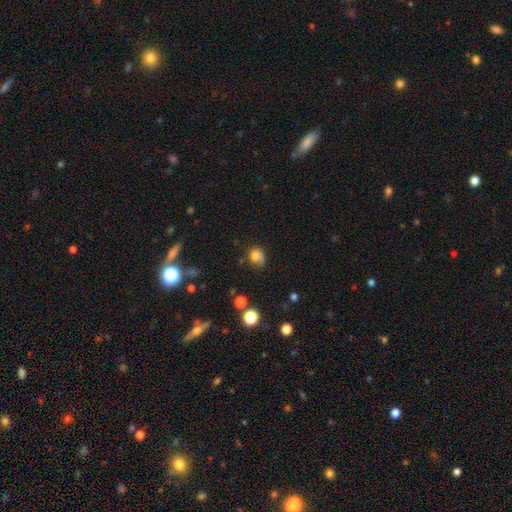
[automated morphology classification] Smooth or featured? Predicted: smooth (p=0.74). How rounded? Predicted: round (p=0.59). Merging? Predicted: none (p=0.52).